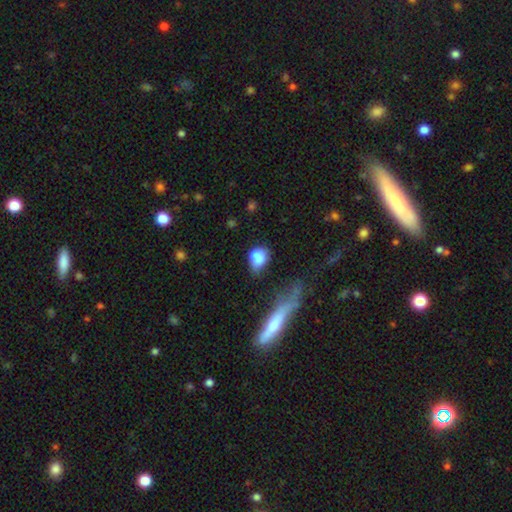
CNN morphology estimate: Smooth or featured?
  - smooth: 76% *
  - featured or disk: 14%
  - star or artifact: 10%
How rounded?
  - in between: 62% *
  - round: 35%
  - cigar-shaped: 2%
Merging?
  - none: 33% *
  - merger: 26%
  - minor disturbance: 25%
  - major disturbance: 17%